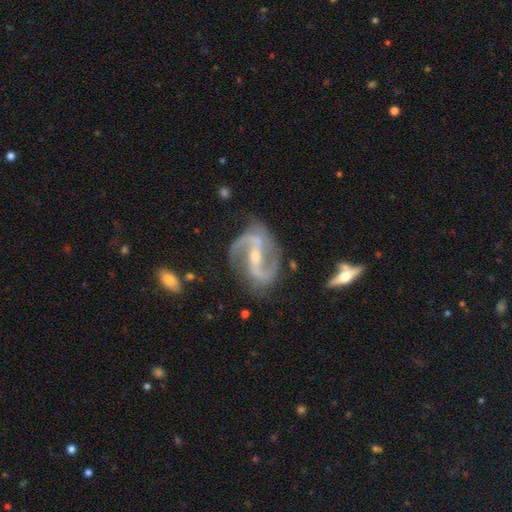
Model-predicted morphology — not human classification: smooth-or-featured: featured or disk: 93% | star or artifact: 5% | smooth: 3%
  disk-edge-on: no: 97% | yes: 3%
    bar: strong: 54% | weak: 30% | no: 16%
    has-spiral-arms: yes: 98% | no: 2%
      spiral-winding: medium: 51% | loose: 35% | tight: 14%
      spiral-arm-count: 2: 93% | 3: 2% | can't tell: 2% | 1: 1% | 4: 1% | more than 4: 1%
    bulge-size: small: 62% | moderate: 35% | none: 2% | large: 1% | dominant: 1%
  merging: none: 76% | minor disturbance: 15% | major disturbance: 6% | merger: 3%